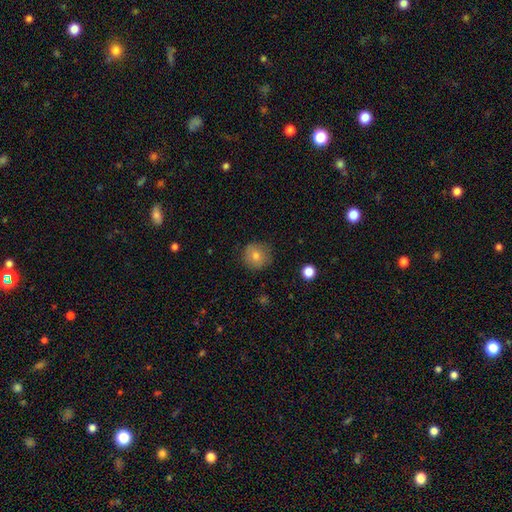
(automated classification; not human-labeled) A smooth galaxy with no disk features (75%) that is round (93%).

Vote fractions:
- Smooth or featured? smooth: 75% / featured or disk: 15% / star or artifact: 11%
- How rounded? round: 93% / in between: 6% / cigar-shaped: 1%
- Merging? none: 85% / minor disturbance: 12% / major disturbance: 3% / merger: 1%